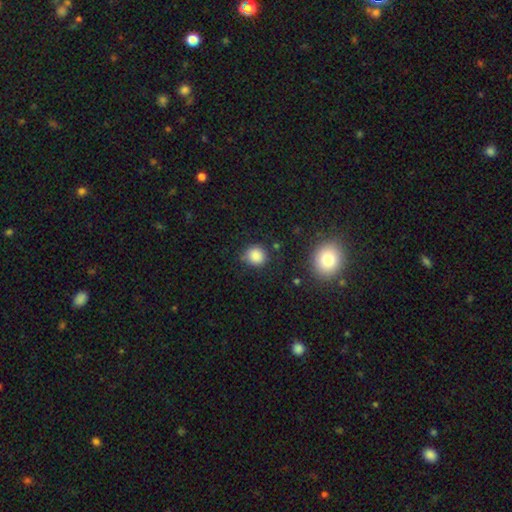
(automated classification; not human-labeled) smooth-or-featured: smooth: 85% | star or artifact: 11% | featured or disk: 4%
  how-rounded: round: 87% | in between: 12% | cigar-shaped: 1%
  merging: none: 80% | minor disturbance: 14% | major disturbance: 4% | merger: 3%